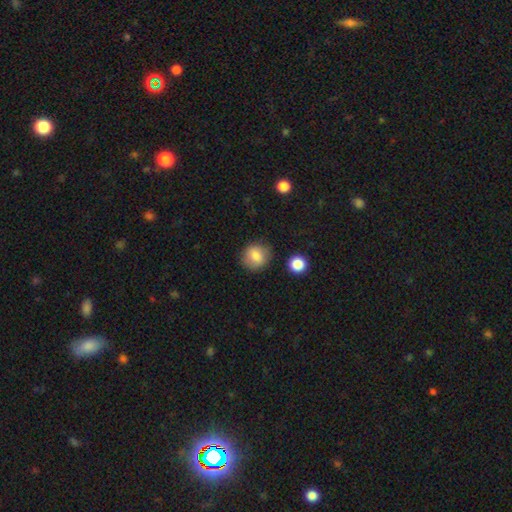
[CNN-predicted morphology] This appears to be a smooth galaxy with no disk features (81%) that is round (83%). Merging: none (83%).